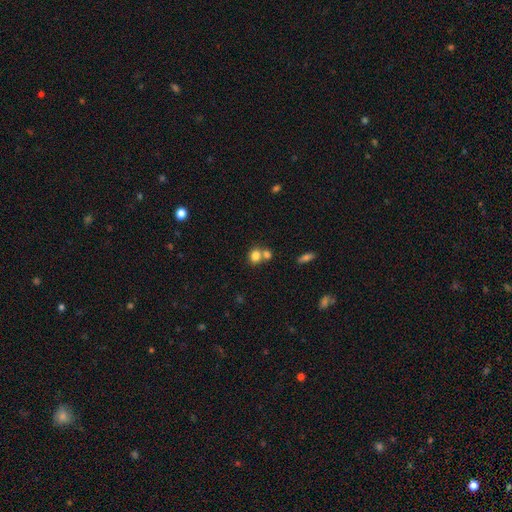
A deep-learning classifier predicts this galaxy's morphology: Smooth or featured? smooth (81%)
How rounded? round (72%)
Merging? none (45%)